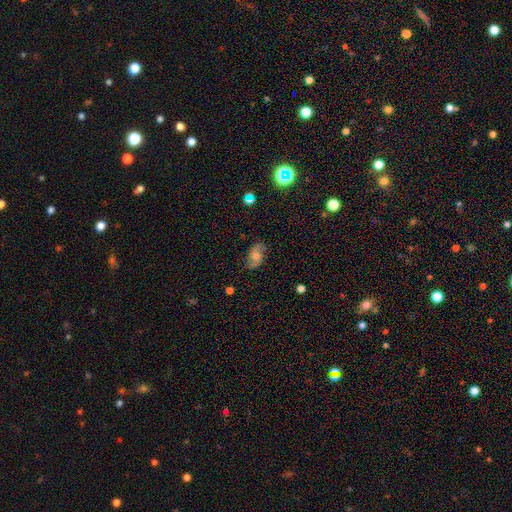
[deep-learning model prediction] A featured or disk galaxy (60%) with no bar (62%), 2 (87%) medium (42%) spiral arms (88%) and a moderate central bulge (56%). Merging: none (77%).